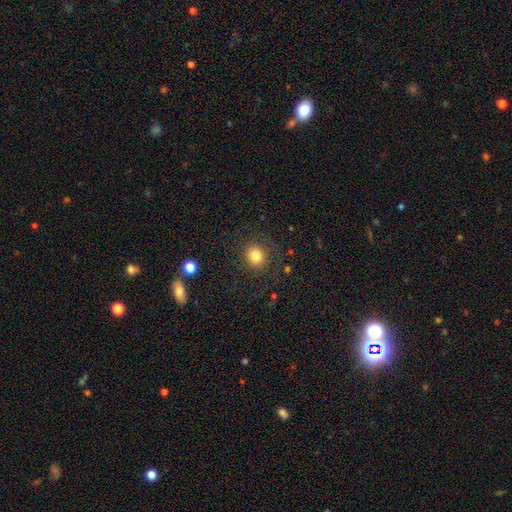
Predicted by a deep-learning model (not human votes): smooth 80%, star or artifact 12%, featured or disk 8%. Down the decision tree: how rounded — round (84%); merging — none (85%).